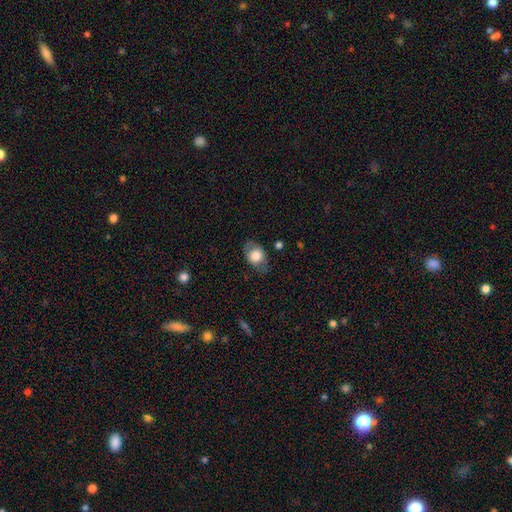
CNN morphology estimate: A smooth galaxy with no disk features (71%) that is in between round and cigar-shaped (72%). Merging: none (72%).